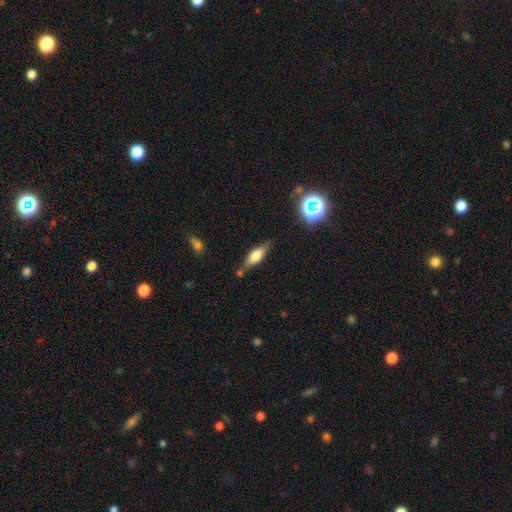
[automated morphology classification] This appears to be a smooth galaxy with no disk features (53%) that is in between round and cigar-shaped (58%). Merging: none (71%).